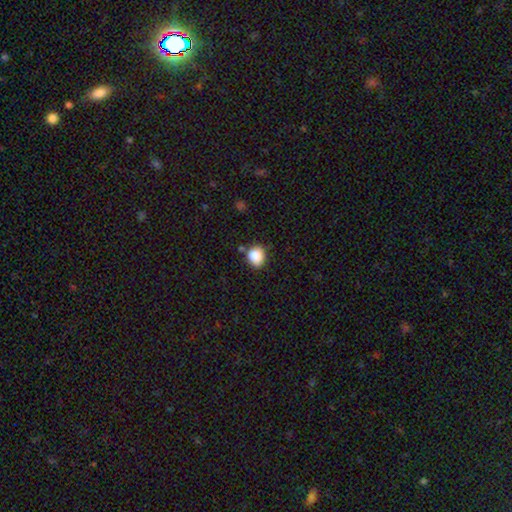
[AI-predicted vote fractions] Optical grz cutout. It shows a smooth galaxy with no disk features (86%) that is round (65%). Merging: none (65%).